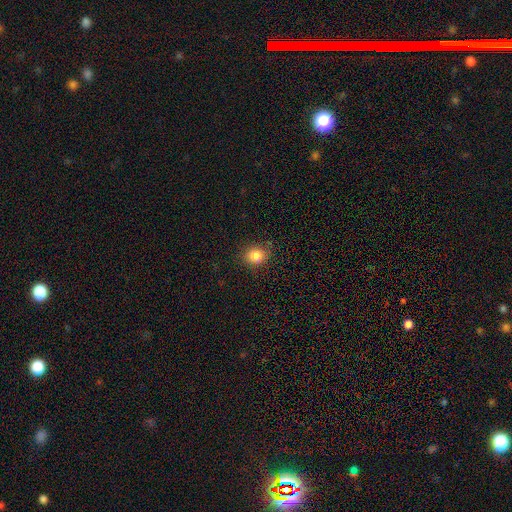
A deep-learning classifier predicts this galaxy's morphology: This appears to be a smooth galaxy with no disk features (83%) that is round (70%). Merging: none (83%).